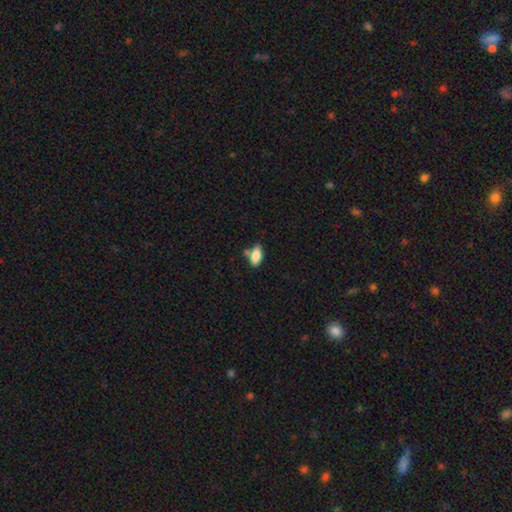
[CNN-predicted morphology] This is clearly a smooth galaxy (81%). How rounded: clearly in between (87%). Merging: possibly none (60%).